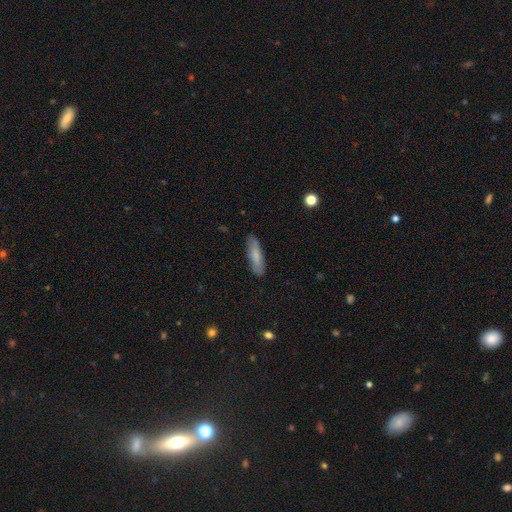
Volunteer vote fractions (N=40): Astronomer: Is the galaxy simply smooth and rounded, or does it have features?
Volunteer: smooth — 80%.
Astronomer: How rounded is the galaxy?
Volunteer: cigar-shaped — 81%.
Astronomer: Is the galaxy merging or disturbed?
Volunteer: none — 85%.